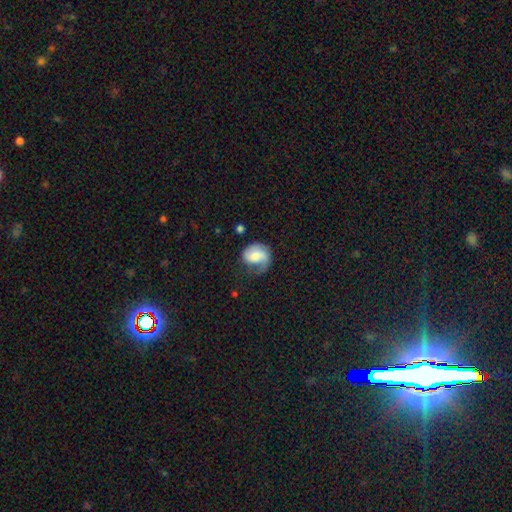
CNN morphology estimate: A featured or disk galaxy (49%). Merging: none (44%).